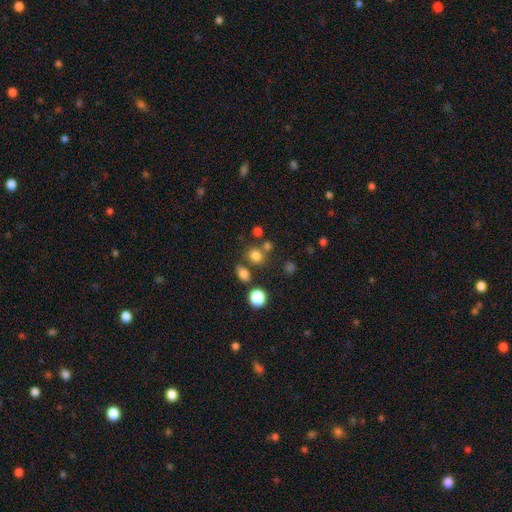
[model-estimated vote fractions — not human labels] A smooth galaxy with no disk features (75%) that is round (76%).

Vote fractions:
- Smooth or featured? smooth: 75% / star or artifact: 17% / featured or disk: 7%
- How rounded? round: 76% / in between: 23% / cigar-shaped: 1%
- Merging? none: 67% / merger: 18% / minor disturbance: 11% / major disturbance: 5%